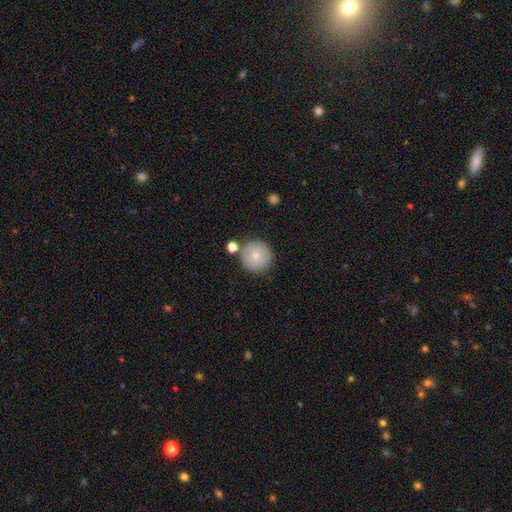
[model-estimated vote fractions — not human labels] smooth 80%, featured or disk 12%, star or artifact 8%. Down the decision tree: how rounded — round (96%); merging — none (81%).